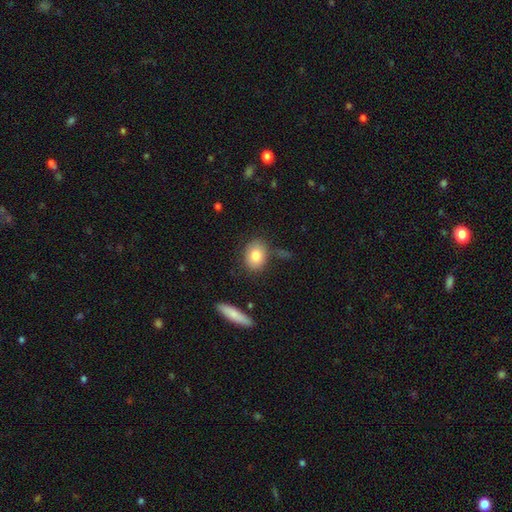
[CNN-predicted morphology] Smooth or featured?
  - smooth: 81% *
  - featured or disk: 12%
  - star or artifact: 8%
How rounded?
  - in between: 66% *
  - round: 32%
  - cigar-shaped: 2%
Merging?
  - none: 77% *
  - minor disturbance: 14%
  - merger: 5%
  - major disturbance: 4%